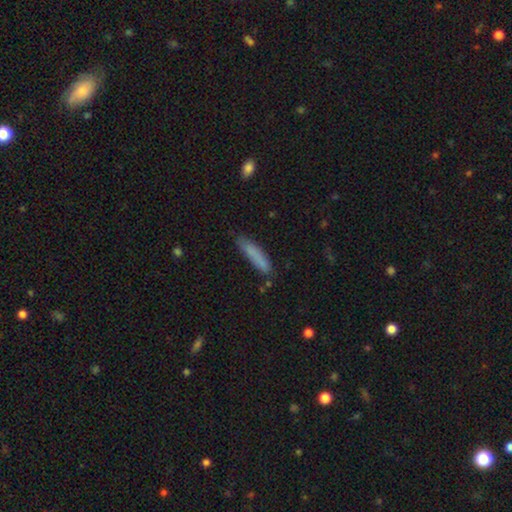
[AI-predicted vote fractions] A smooth galaxy with no disk features (81%) that is cigar-shaped (85%).

Vote fractions:
- Smooth or featured? smooth: 81% / featured or disk: 12% / star or artifact: 7%
- How rounded? cigar-shaped: 85% / in between: 13% / round: 1%
- Merging? none: 75% / minor disturbance: 19% / major disturbance: 4% / merger: 3%